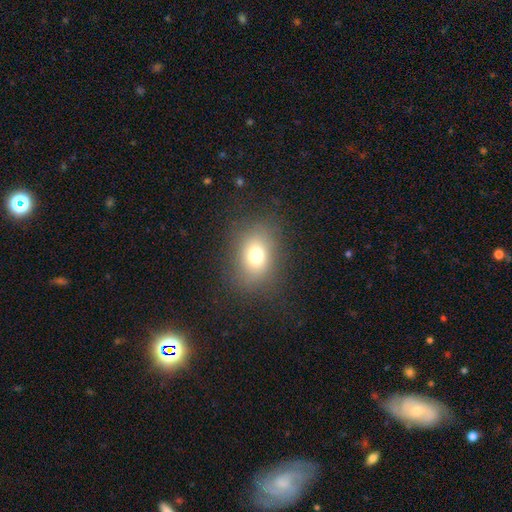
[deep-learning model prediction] The model was most divided on "how rounded": in between: 58%, round: 41%, cigar-shaped: 1%. More confident: merging — none (83%); smooth or featured — smooth (72%).